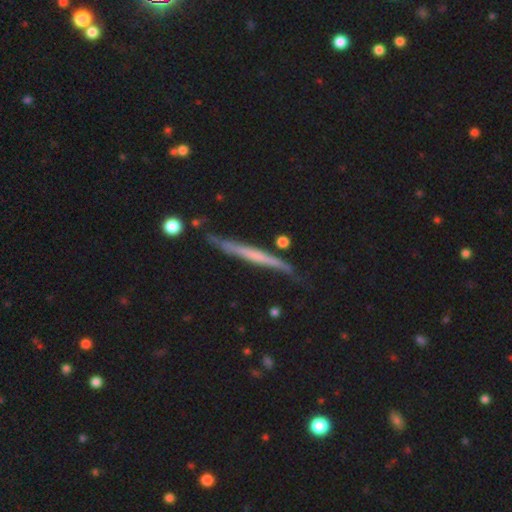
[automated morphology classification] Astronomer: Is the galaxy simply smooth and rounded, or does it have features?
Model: featured or disk — 55% (runner-up: smooth, 39%).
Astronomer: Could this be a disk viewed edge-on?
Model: yes — 95%.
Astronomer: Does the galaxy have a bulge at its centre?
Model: none — 77%.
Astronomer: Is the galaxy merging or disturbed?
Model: none — 74%.